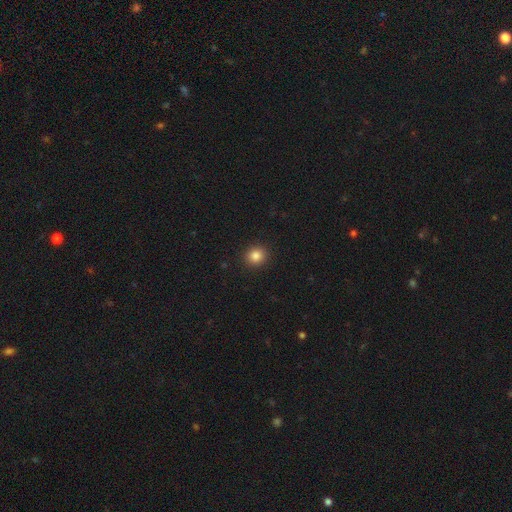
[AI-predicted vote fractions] smooth-or-featured: smooth: 85% | star or artifact: 11% | featured or disk: 4%
  how-rounded: round: 86% | in between: 13% | cigar-shaped: 1%
  merging: none: 92% | minor disturbance: 5% | major disturbance: 2% | merger: 1%